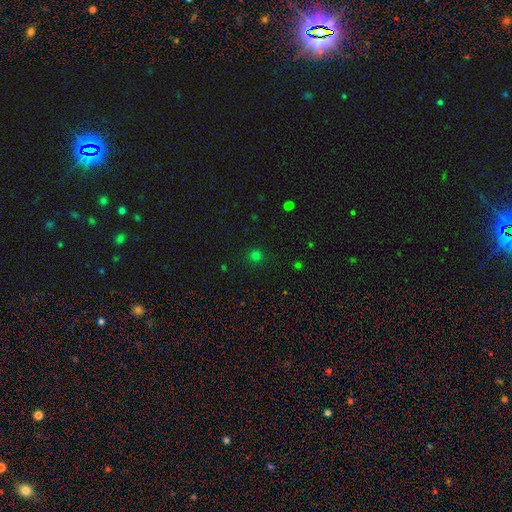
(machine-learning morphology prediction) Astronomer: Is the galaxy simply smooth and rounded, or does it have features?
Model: smooth — 73%.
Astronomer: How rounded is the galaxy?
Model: round — 91%.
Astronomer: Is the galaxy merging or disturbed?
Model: none — 89%.